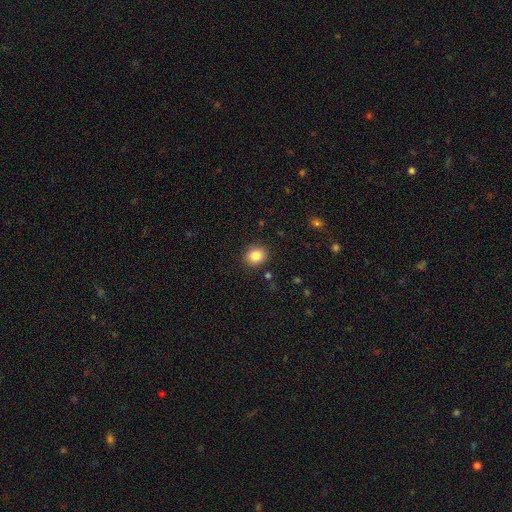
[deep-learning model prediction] This is clearly a smooth galaxy (84%). How rounded: likely round (74%). Merging: clearly none (89%).